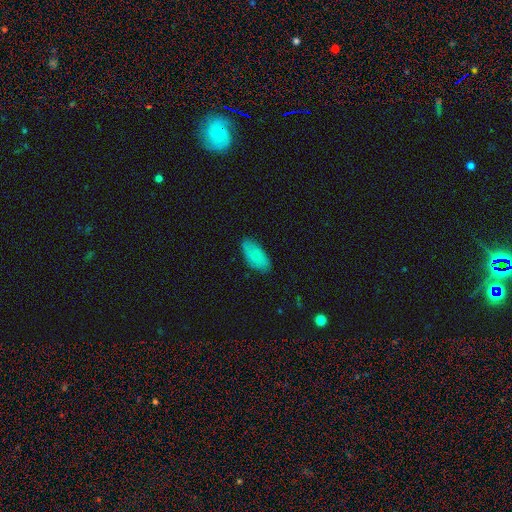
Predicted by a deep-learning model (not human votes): smooth 77%, featured or disk 16%, star or artifact 7%. Down the decision tree: how rounded — in between (92%); merging — none (81%).